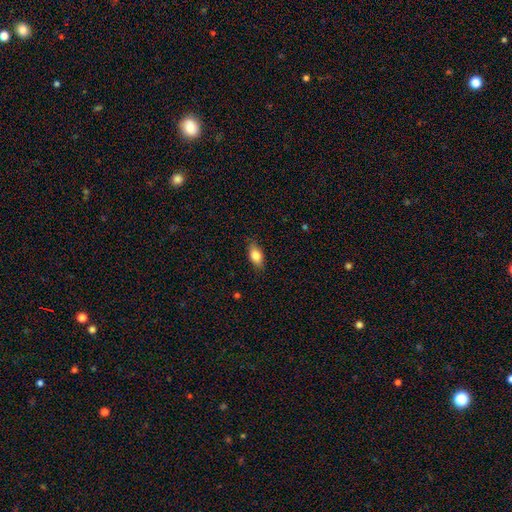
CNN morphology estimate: The model was most divided on "merging": none: 82%, minor disturbance: 14%, major disturbance: 3%, merger: 1%. More confident: how rounded — in between (88%); smooth or featured — smooth (82%).